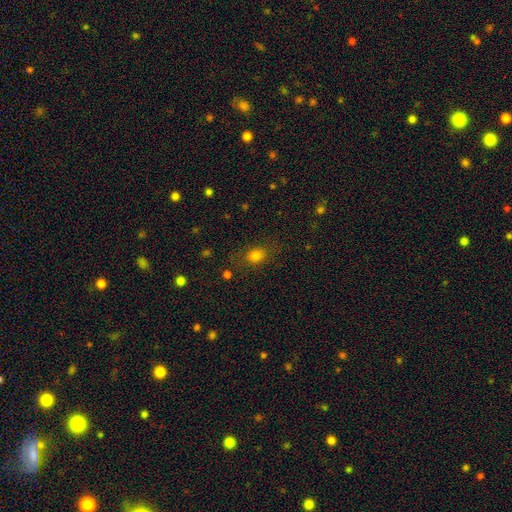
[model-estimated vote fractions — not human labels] Smooth or featured?
  - smooth: 78% *
  - star or artifact: 14%
  - featured or disk: 8%
How rounded?
  - round: 49% * (tied)
  - in between: 49% * (tied)
  - cigar-shaped: 2%
Merging?
  - none: 77% *
  - minor disturbance: 14%
  - major disturbance: 6%
  - merger: 2%